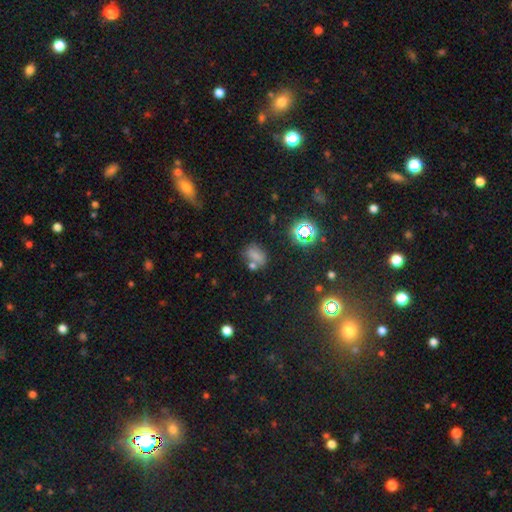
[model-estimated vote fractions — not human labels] Morphology: type=smooth (63%); roundness=in between (72%); merging=none (54%).